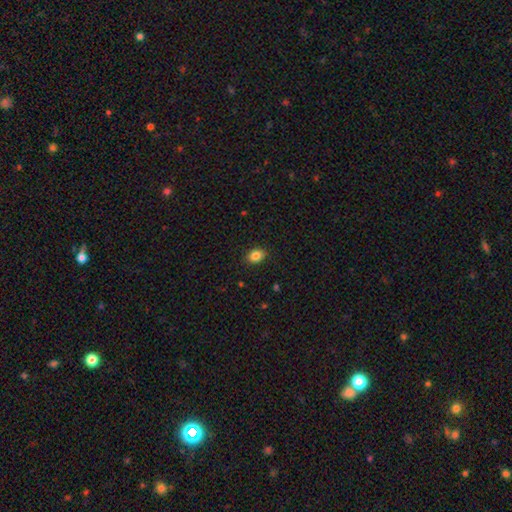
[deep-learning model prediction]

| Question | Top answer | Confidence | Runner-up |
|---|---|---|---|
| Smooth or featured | smooth | 86% | star or artifact (9%) |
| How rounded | in between | 70% | round (29%) |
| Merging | none | 88% | minor disturbance (9%) |